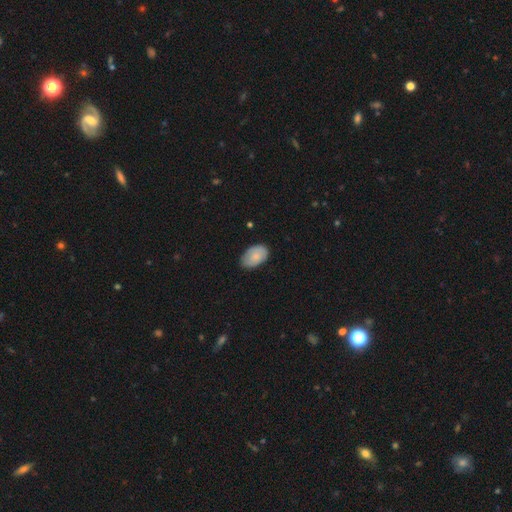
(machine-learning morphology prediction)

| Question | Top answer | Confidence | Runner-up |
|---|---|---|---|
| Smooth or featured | smooth | 77% | featured or disk (17%) |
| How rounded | in between | 91% | round (8%) |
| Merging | none | 76% | minor disturbance (20%) |